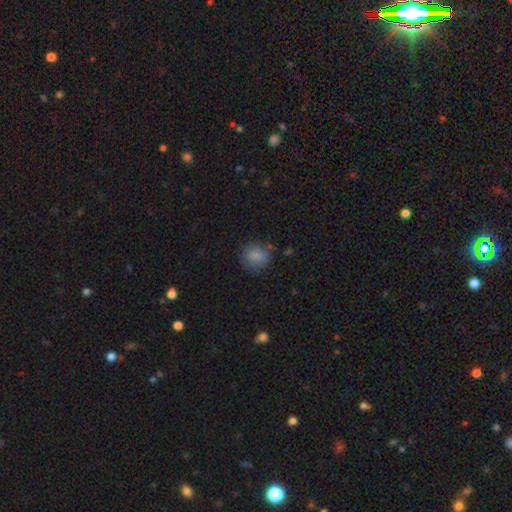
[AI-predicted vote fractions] Smooth or featured?
  - smooth: 81% *
  - featured or disk: 10%
  - star or artifact: 9%
How rounded?
  - round: 78% *
  - in between: 21%
  - cigar-shaped: 1%
Merging?
  - none: 72% *
  - minor disturbance: 19%
  - major disturbance: 6%
  - merger: 3%